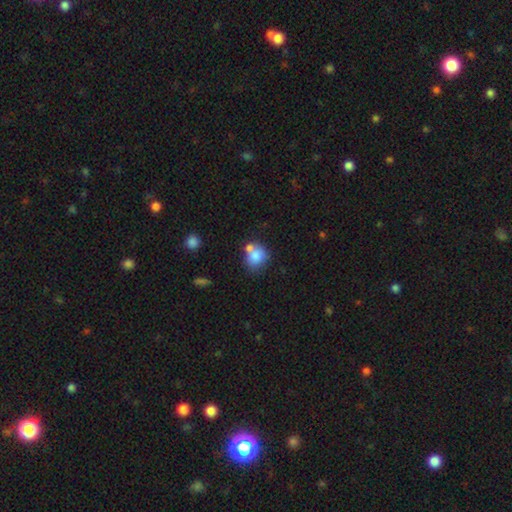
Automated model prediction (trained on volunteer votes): This is likely a smooth galaxy (80%). How rounded: likely round (74%). Merging: possibly none (48%).